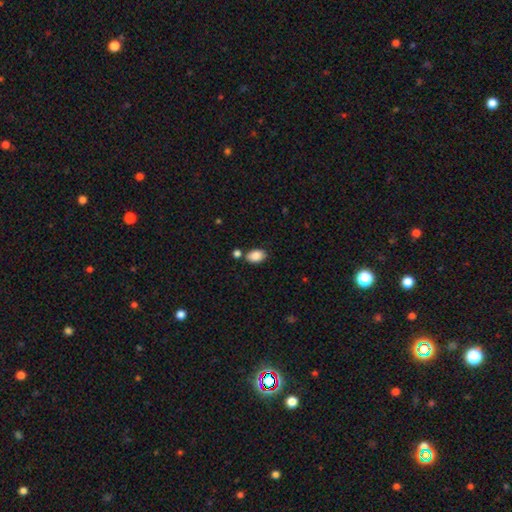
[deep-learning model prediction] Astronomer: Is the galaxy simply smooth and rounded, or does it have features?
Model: smooth — 87%.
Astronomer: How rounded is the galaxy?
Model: in between — 88%.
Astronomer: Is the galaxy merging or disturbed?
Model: none — 74%.